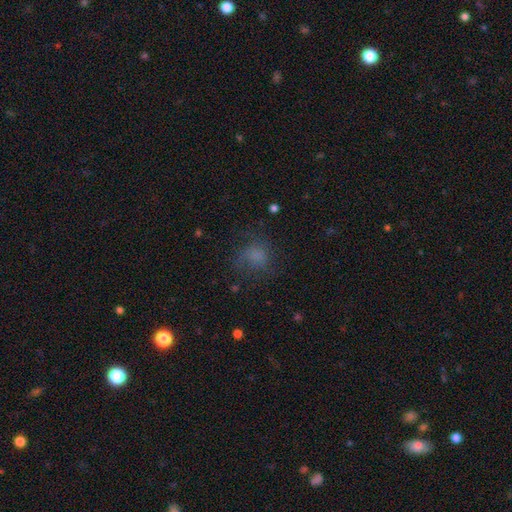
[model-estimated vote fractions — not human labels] A smooth galaxy with no disk features (63%) that is round (65%). Merging: none (53%).